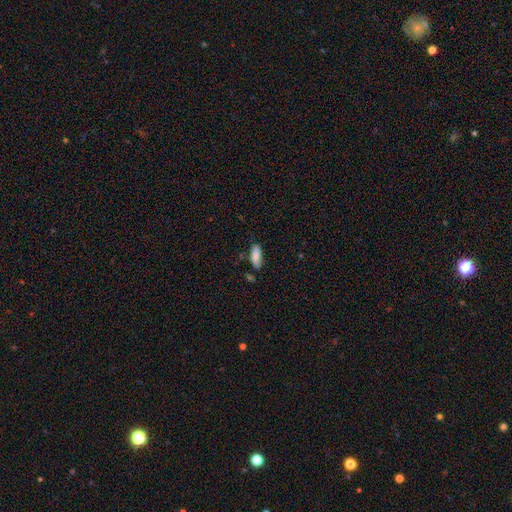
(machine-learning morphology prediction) This is clearly a smooth galaxy (86%). How rounded: likely in between (78%). Merging: likely none (72%).